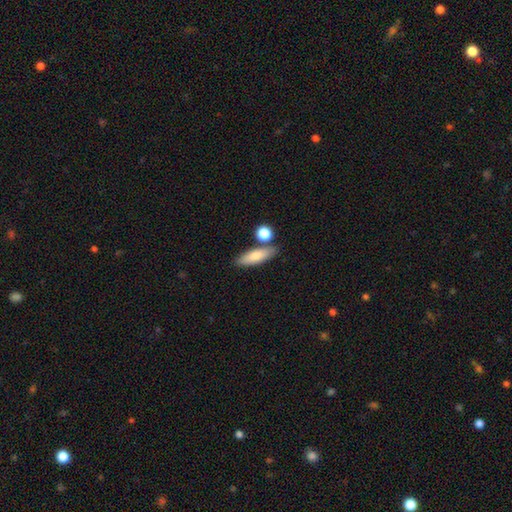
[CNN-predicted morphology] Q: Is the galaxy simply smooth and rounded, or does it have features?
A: smooth — 79%.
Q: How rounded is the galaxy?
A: in between — 50%.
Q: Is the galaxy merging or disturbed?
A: none — 74%.